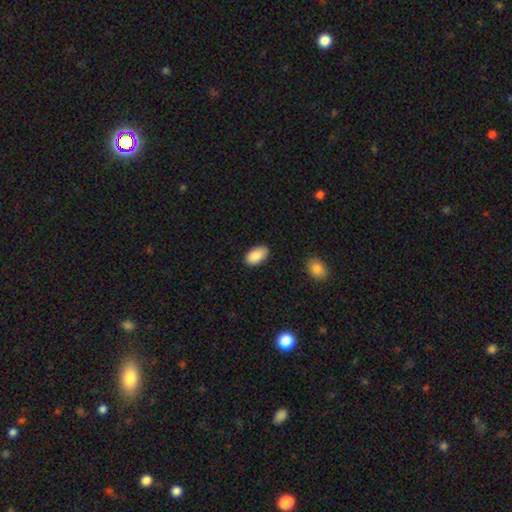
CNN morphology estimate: This appears to be a smooth galaxy with no disk features (89%) that is in between round and cigar-shaped (95%). Merging: none (84%).